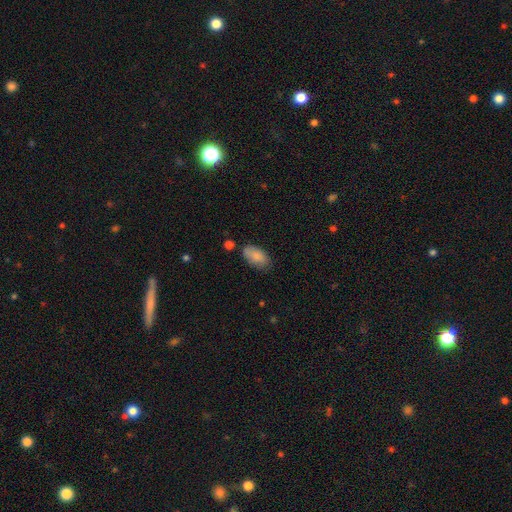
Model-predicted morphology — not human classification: This appears to be a smooth galaxy with no disk features (85%) that is in between round and cigar-shaped (94%). Merging: none (70%).